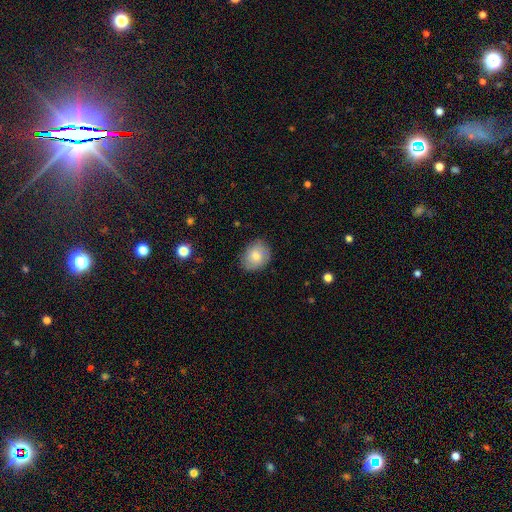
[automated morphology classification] This appears to be a smooth galaxy with no disk features (78%) that is in between round and cigar-shaped (54%). Merging: none (81%).